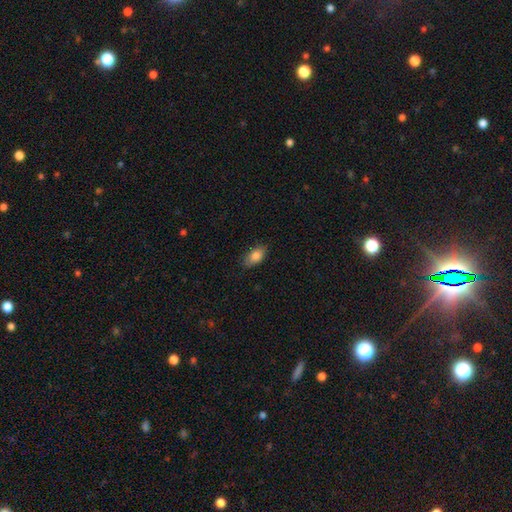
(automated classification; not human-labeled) Q: Smooth or featured?
A: smooth (84%); runner-up: featured or disk (8%)
Q: How rounded?
A: in between (91%); runner-up: round (5%)
Q: Merging?
A: none (81%); runner-up: minor disturbance (15%)